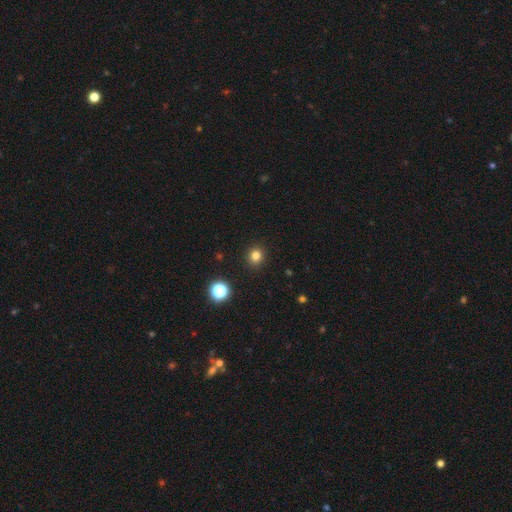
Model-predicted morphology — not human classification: The model was most divided on "smooth or featured": smooth: 81%, star or artifact: 15%, featured or disk: 5%. More confident: merging — none (92%); how rounded — round (88%).